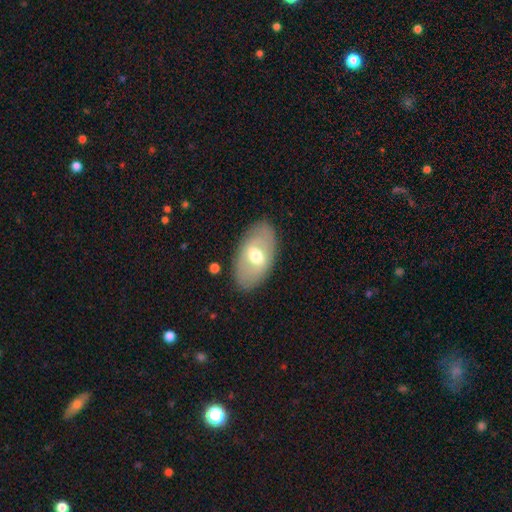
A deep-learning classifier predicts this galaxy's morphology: This is possibly a featured or disk galaxy (47%). Merging: clearly none (84%).